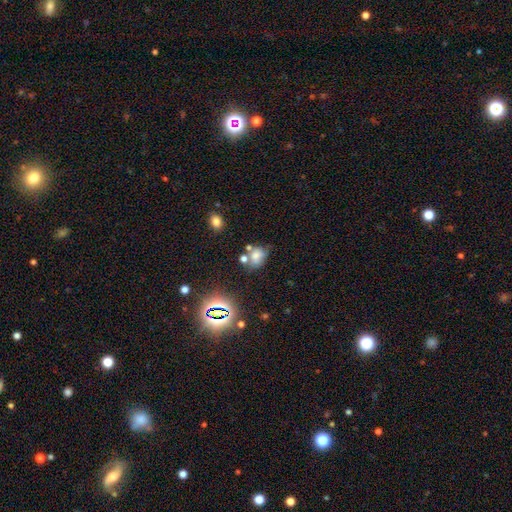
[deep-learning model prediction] Morphology: type=smooth (62%); roundness=in between (55%); merging=none (45%).